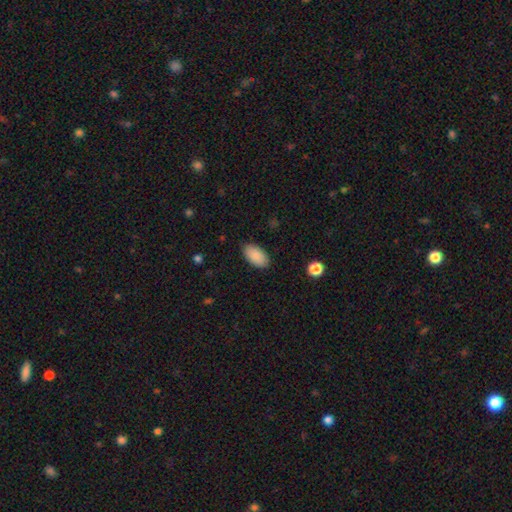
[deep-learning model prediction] smooth-or-featured: smooth: 89% | star or artifact: 7% | featured or disk: 4%
  how-rounded: in between: 95% | round: 3% | cigar-shaped: 2%
  merging: none: 85% | minor disturbance: 11% | major disturbance: 2% | merger: 1%